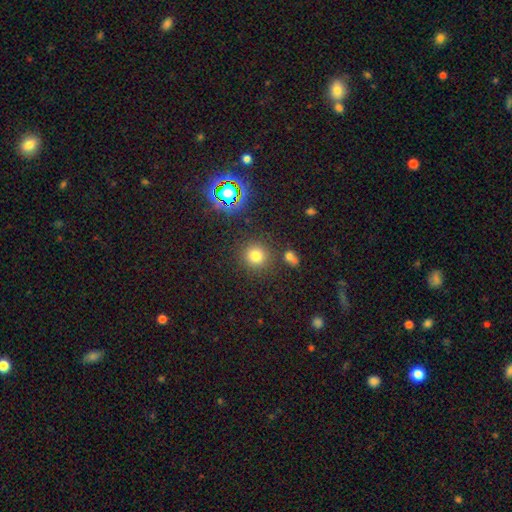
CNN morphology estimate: This is likely a smooth galaxy (73%). How rounded: clearly round (92%). Merging: clearly none (84%).